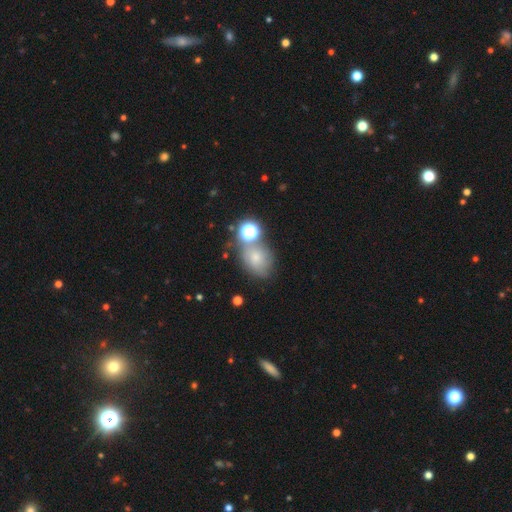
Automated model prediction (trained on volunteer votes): This appears to be a smooth galaxy with no disk features (62%) that is round (53%). Merging: none (52%).